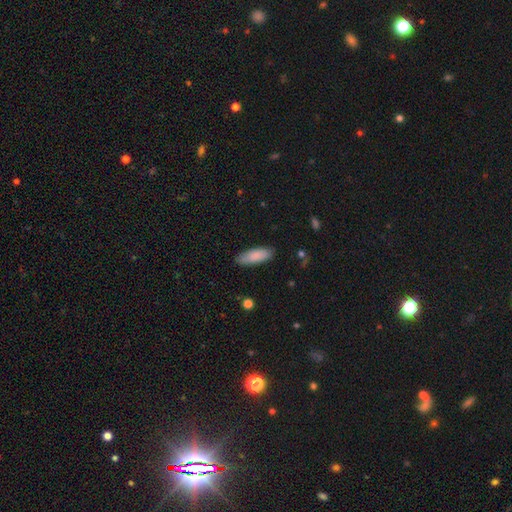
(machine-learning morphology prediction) smooth 87%, featured or disk 7%, star or artifact 6%. Down the decision tree: how rounded — in between (65%); merging — none (85%).